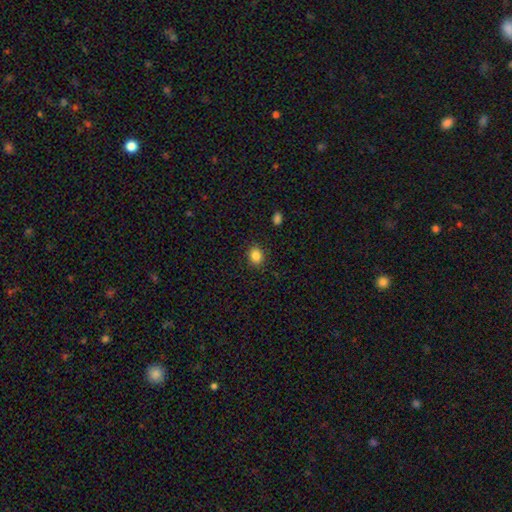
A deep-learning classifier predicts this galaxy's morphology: smooth-or-featured: smooth: 85% | star or artifact: 10% | featured or disk: 4%
  how-rounded: round: 52% | in between: 47% | cigar-shaped: 1%
  merging: none: 87% | minor disturbance: 9% | major disturbance: 3% | merger: 1%